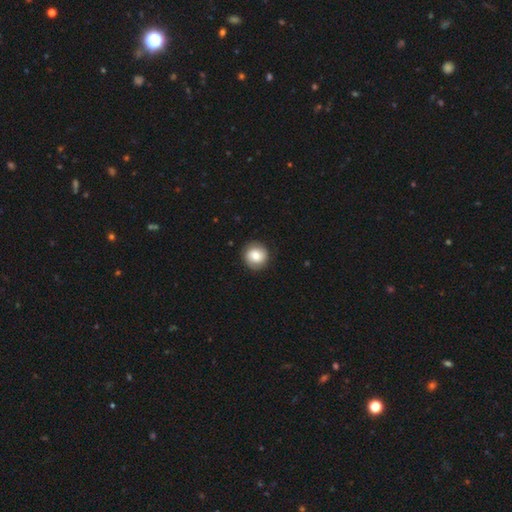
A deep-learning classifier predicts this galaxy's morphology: Overall: smooth (76%). How rounded: round (92%). Merging: none (88%).